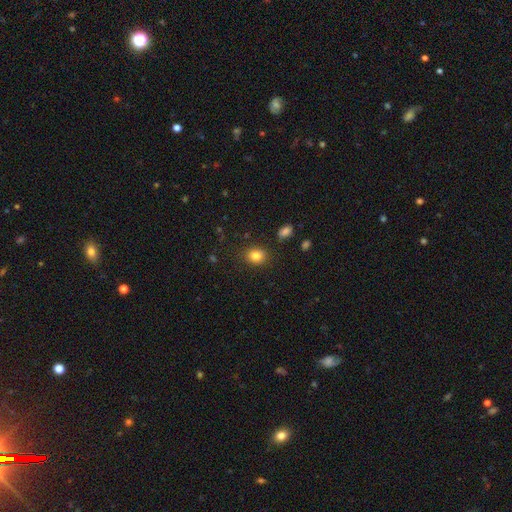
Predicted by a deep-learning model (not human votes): smooth-or-featured: smooth: 83% | star or artifact: 11% | featured or disk: 6%
  how-rounded: round: 61% | in between: 38% | cigar-shaped: 1%
  merging: none: 85% | minor disturbance: 10% | major disturbance: 3% | merger: 2%